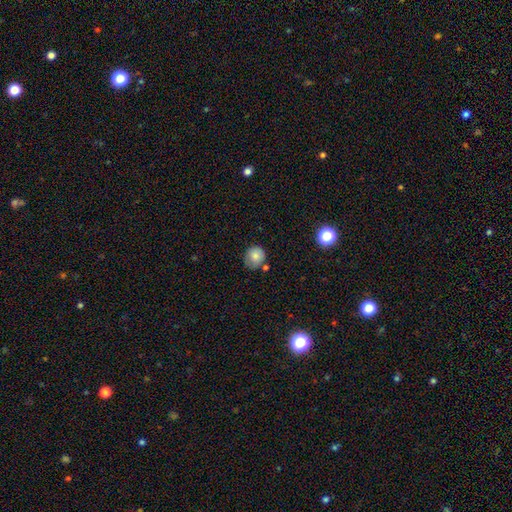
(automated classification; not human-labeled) A smooth galaxy with no disk features (80%) that is round (84%).

Vote fractions:
- Smooth or featured? smooth: 80% / featured or disk: 10% / star or artifact: 10%
- How rounded? round: 84% / in between: 15% / cigar-shaped: 1%
- Merging? none: 66% / minor disturbance: 22% / merger: 7% / major disturbance: 5%